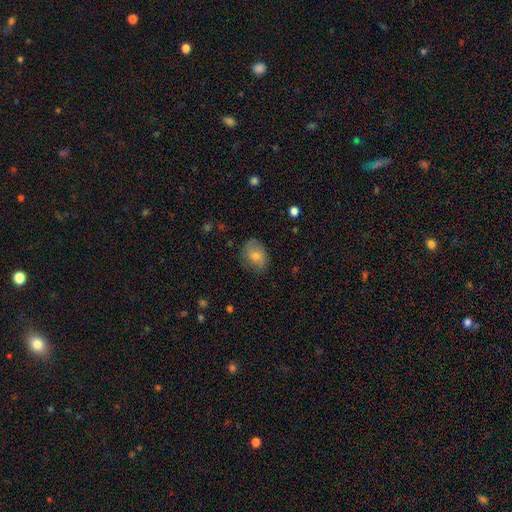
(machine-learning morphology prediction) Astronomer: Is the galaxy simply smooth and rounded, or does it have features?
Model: smooth — 65%.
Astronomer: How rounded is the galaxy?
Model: in between — 72%.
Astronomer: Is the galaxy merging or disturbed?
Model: none — 75%.